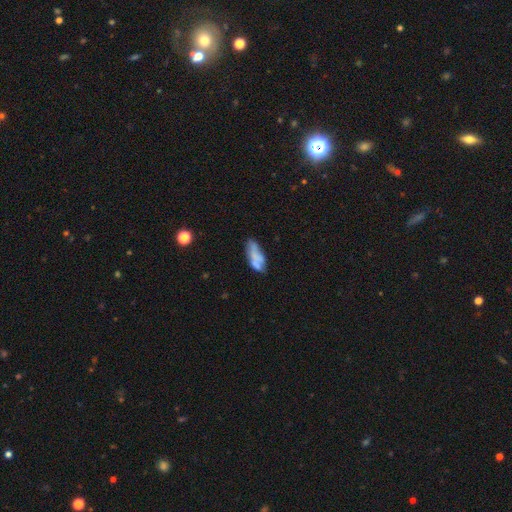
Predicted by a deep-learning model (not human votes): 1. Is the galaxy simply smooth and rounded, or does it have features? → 60% smooth, 31% featured or disk, 10% star or artifact.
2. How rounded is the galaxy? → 72% in between, 26% cigar-shaped, 3% round.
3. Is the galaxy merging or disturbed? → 42% none, 30% minor disturbance, 18% major disturbance, 11% merger.